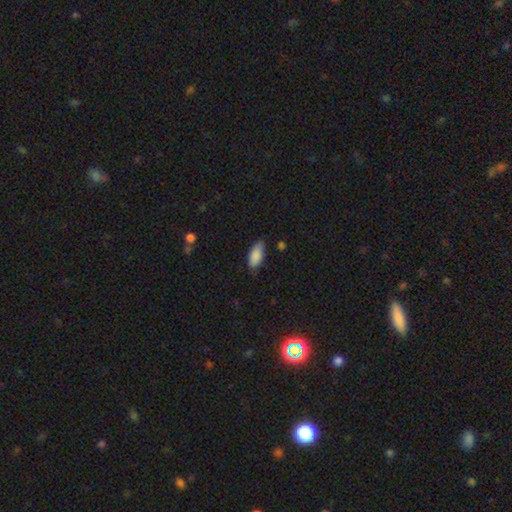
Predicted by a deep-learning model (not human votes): This is clearly a smooth galaxy (88%). How rounded: clearly in between (86%). Merging: likely none (76%).